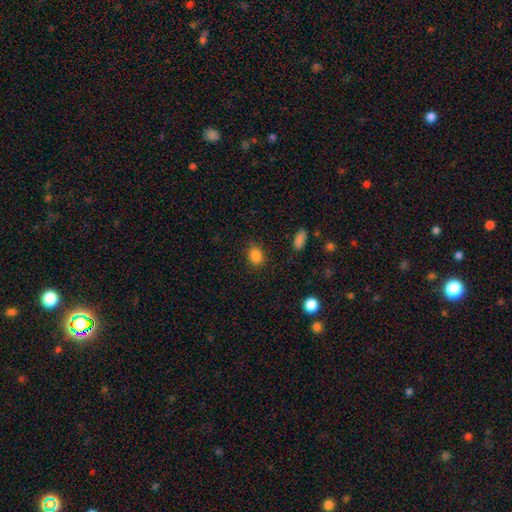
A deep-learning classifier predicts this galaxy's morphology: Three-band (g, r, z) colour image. It shows a smooth galaxy with no disk features (85%) that is in between round and cigar-shaped (58%). Merging: none (81%).